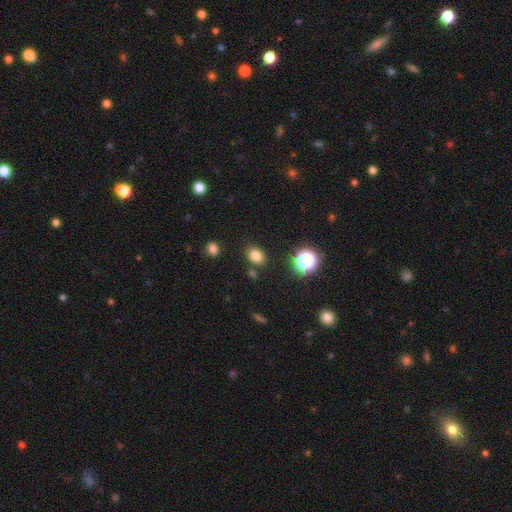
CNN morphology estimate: type=smooth (79%); roundness=in between (62%); merging=none (82%).